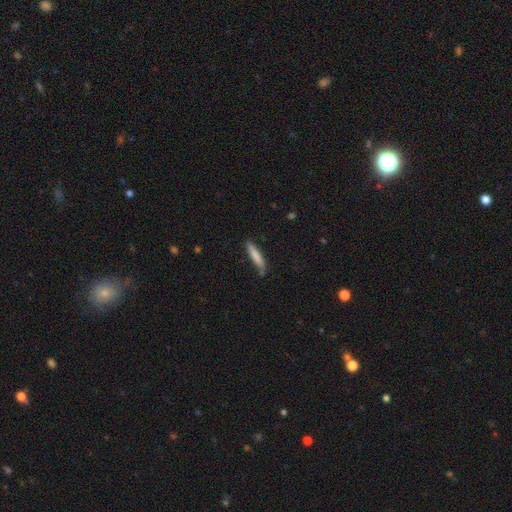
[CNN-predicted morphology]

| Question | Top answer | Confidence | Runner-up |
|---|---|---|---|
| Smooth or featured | smooth | 79% | featured or disk (15%) |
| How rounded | cigar-shaped | 89% | in between (10%) |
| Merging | none | 79% | minor disturbance (15%) |